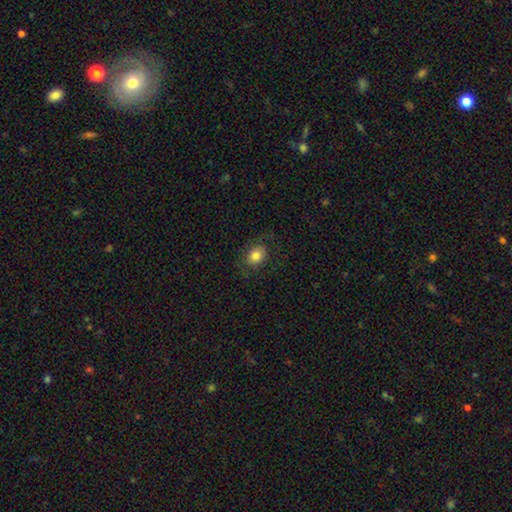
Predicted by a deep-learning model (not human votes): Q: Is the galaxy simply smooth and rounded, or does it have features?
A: smooth — 81%.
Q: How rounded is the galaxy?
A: in between — 50%.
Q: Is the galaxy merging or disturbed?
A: none — 78%.